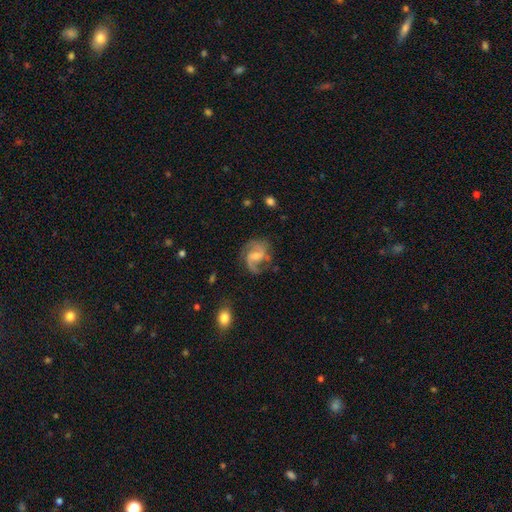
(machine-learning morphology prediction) type=featured or disk (83%); edge-on=no (98%); bar=weak (50%); spiral arms=yes (96%); winding=medium (54%); arm count=2 (83%); bulge=small (40%); merging=none (64%).